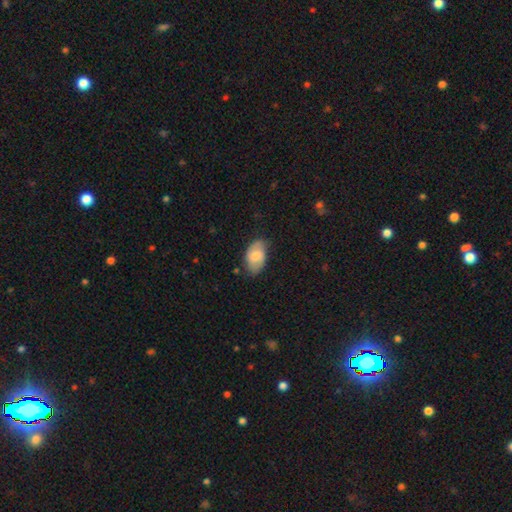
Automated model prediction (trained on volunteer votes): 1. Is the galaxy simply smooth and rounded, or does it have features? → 69% smooth, 25% featured or disk, 6% star or artifact.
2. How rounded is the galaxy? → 93% in between, 5% round, 1% cigar-shaped.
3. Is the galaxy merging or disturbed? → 72% none, 23% minor disturbance, 4% major disturbance, 1% merger.